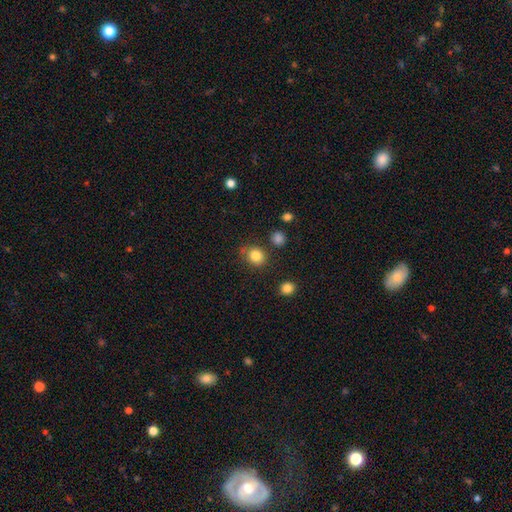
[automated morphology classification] smooth-or-featured: smooth: 84% | star or artifact: 11% | featured or disk: 5%
  how-rounded: round: 81% | in between: 19% | cigar-shaped: 1%
  merging: none: 77% | minor disturbance: 13% | merger: 6% | major disturbance: 4%